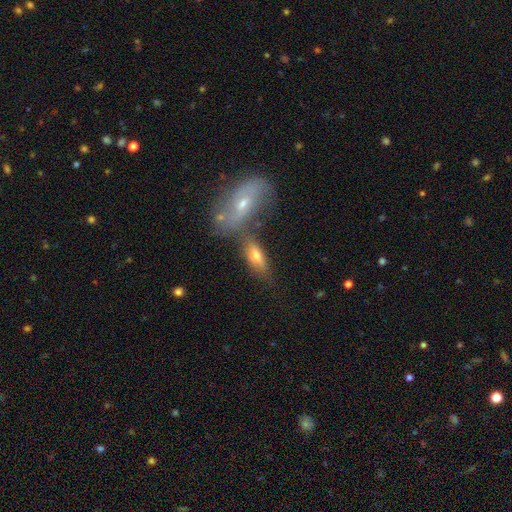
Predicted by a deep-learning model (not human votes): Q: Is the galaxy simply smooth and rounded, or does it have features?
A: smooth — 53%.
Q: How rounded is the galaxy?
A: in between — 64%.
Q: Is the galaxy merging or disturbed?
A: none — 50%.